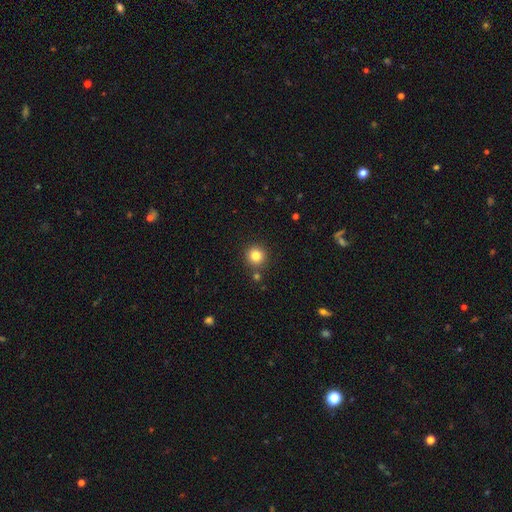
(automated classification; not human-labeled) Smooth or featured?
  - smooth: 82% *
  - star or artifact: 12%
  - featured or disk: 6%
How rounded?
  - round: 94% *
  - in between: 5%
  - cigar-shaped: 1%
Merging?
  - none: 85% *
  - minor disturbance: 7%
  - merger: 6%
  - major disturbance: 2%